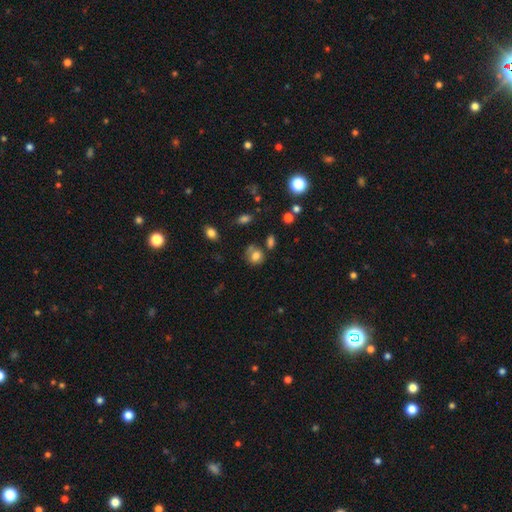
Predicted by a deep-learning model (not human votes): smooth 75%, featured or disk 13%, star or artifact 13%. Down the decision tree: how rounded — round (64%); merging — none (55%).